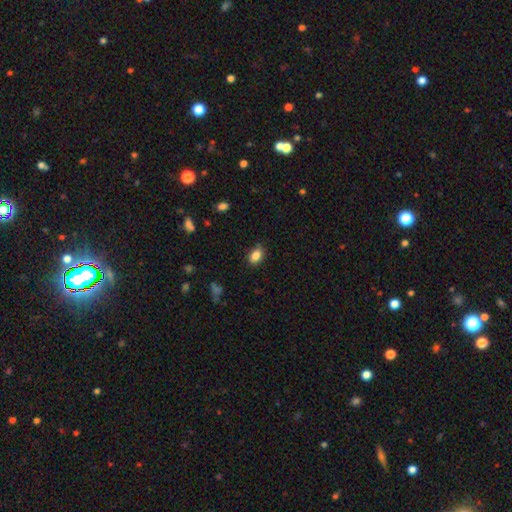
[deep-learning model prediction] This appears to be a smooth galaxy with no disk features (85%) that is in between round and cigar-shaped (82%). Merging: none (80%).